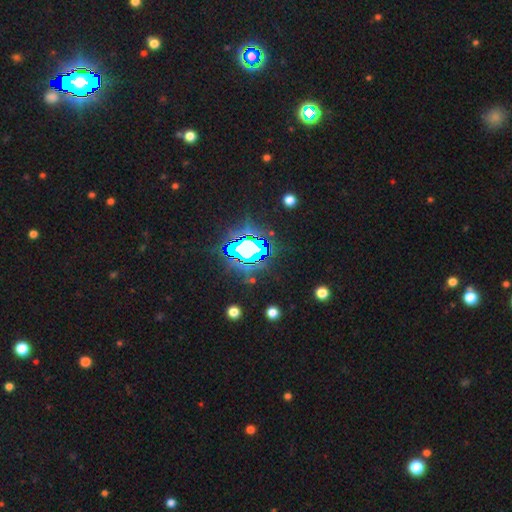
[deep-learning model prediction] The model was most divided on "smooth or featured": star or artifact: 71%, smooth: 15%, featured or disk: 13%.